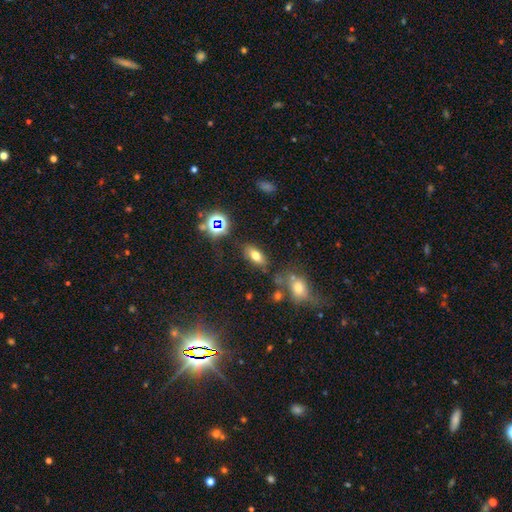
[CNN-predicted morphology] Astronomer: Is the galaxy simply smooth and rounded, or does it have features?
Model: smooth — 69%.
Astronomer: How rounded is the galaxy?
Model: in between — 83%.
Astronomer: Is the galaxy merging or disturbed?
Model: none — 78%.